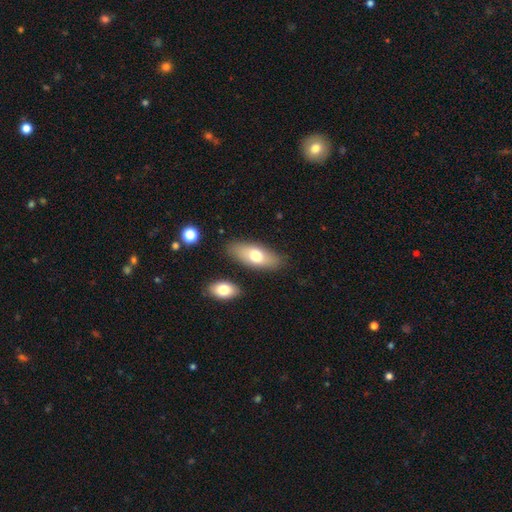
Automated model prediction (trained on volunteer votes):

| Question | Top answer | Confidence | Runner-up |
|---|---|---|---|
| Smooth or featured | smooth | 71% | featured or disk (22%) |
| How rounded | in between | 85% | cigar-shaped (12%) |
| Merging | none | 82% | minor disturbance (11%) |